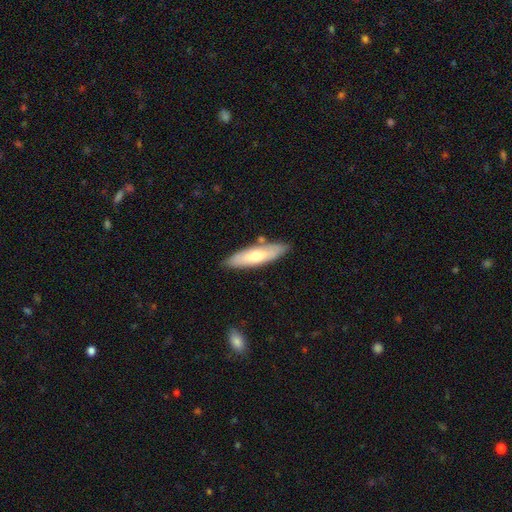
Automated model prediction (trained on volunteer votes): smooth_or_featured: smooth (p=0.59) [alt: featured or disk p=0.35]
how_rounded: cigar-shaped (p=0.65) [alt: in between p=0.34]
merging: none (p=0.82) [alt: minor disturbance p=0.12]